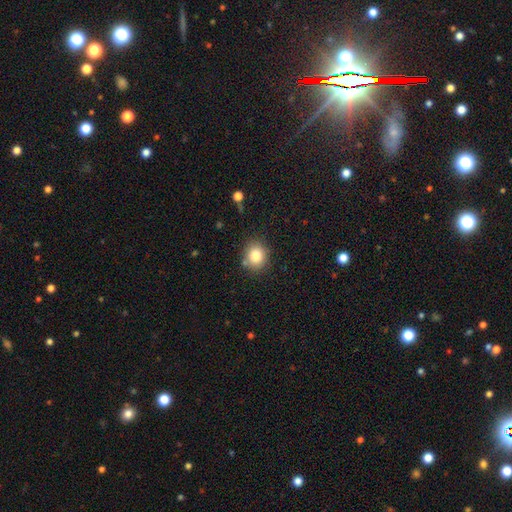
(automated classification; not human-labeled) Smooth or featured?
  - smooth: 81% *
  - star or artifact: 11%
  - featured or disk: 8%
How rounded?
  - round: 73% *
  - in between: 26%
  - cigar-shaped: 1%
Merging?
  - none: 82% *
  - minor disturbance: 11%
  - merger: 4%
  - major disturbance: 3%